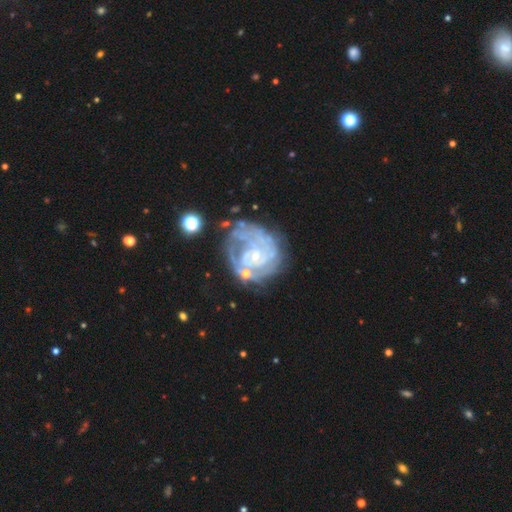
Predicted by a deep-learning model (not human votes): This appears to be a featured or disk galaxy (84%) with no bar (75%), tight (70%) spiral arms (88%) and a small central bulge (80%). Merging: none (57%).